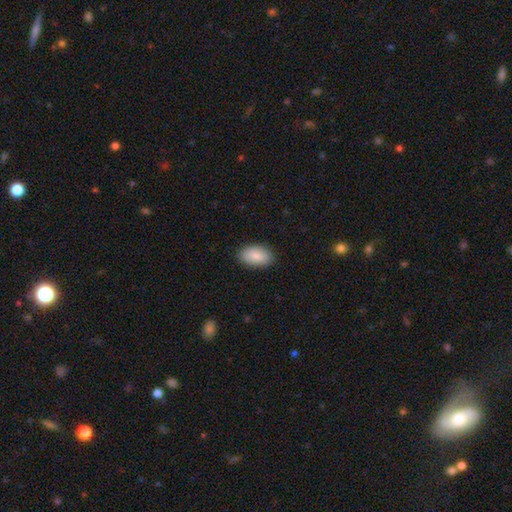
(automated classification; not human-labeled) Q: Smooth or featured?
A: smooth (86%); runner-up: featured or disk (8%)
Q: How rounded?
A: in between (94%); runner-up: round (5%)
Q: Merging?
A: none (88%); runner-up: minor disturbance (9%)